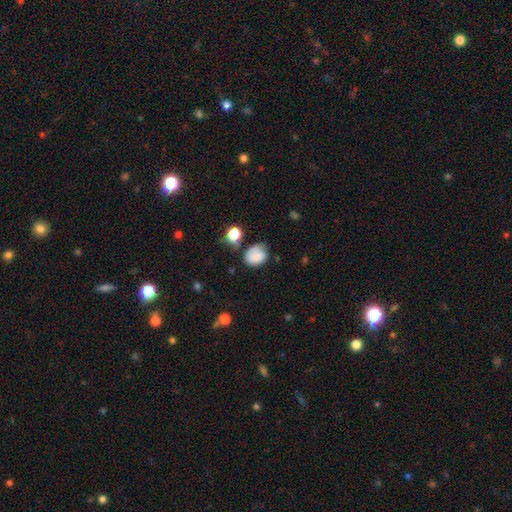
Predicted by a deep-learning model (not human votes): The model was most divided on "merging": none: 45%, minor disturbance: 33%, major disturbance: 15%, merger: 7%. More confident: smooth or featured — smooth (73%); how rounded — in between (58%).